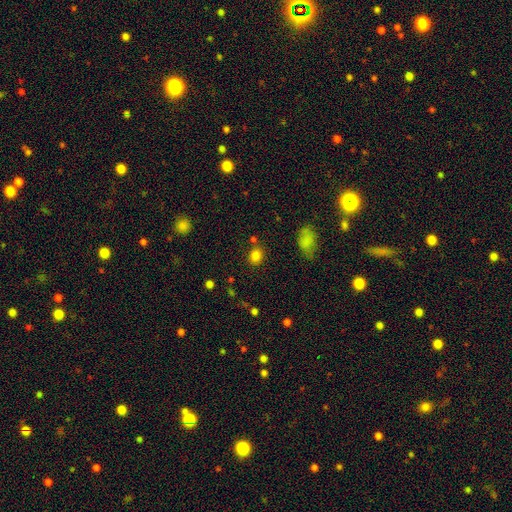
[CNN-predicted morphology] This appears to be a smooth galaxy with no disk features (81%) that is round (69%). Merging: none (79%).